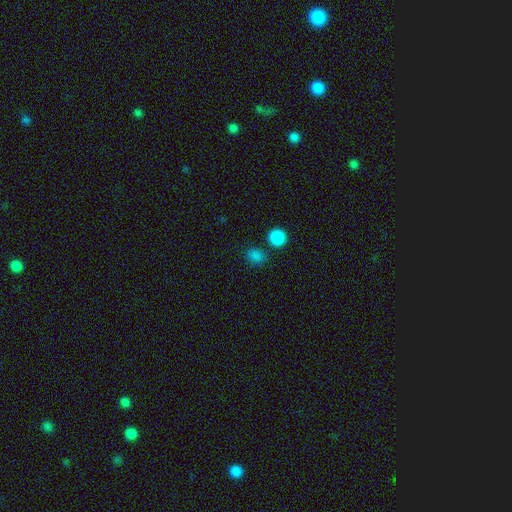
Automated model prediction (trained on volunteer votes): smooth-or-featured: smooth: 82% | star or artifact: 15% | featured or disk: 3%
  how-rounded: round: 62% | in between: 37% | cigar-shaped: 1%
  merging: none: 77% | minor disturbance: 10% | merger: 9% | major disturbance: 4%